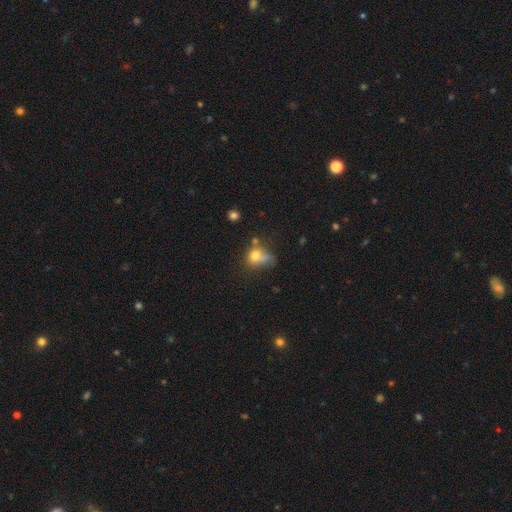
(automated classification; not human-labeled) Morphology: type=smooth (72%); roundness=round (54%); merging=none (33%).